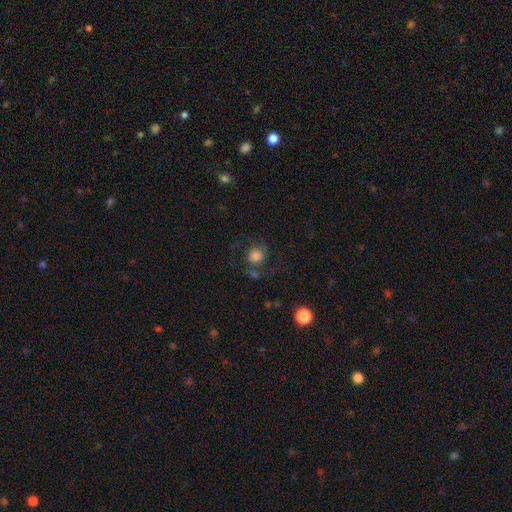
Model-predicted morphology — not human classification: Smooth or featured? smooth (66%)
How rounded? round (86%)
Merging? none (60%)